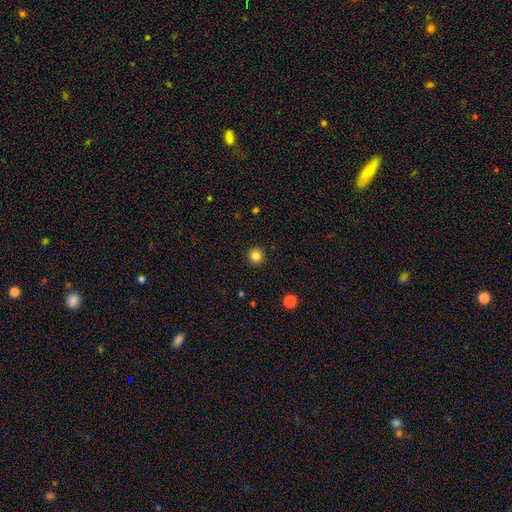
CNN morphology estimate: The model was most divided on "smooth or featured": smooth: 84%, star or artifact: 12%, featured or disk: 5%. More confident: how rounded — round (95%); merging — none (92%).